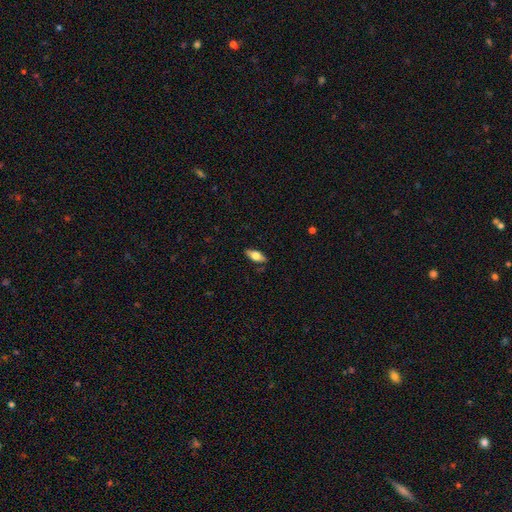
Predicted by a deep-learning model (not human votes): Smooth or featured? Predicted: smooth (p=0.66). How rounded? Predicted: in between (p=0.82). Merging? Predicted: none (p=0.85).